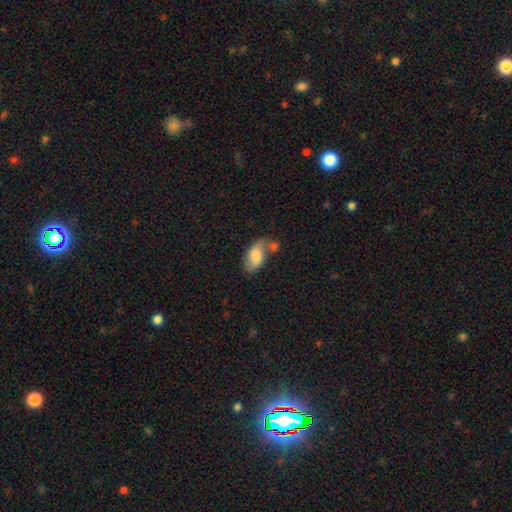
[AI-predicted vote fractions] smooth-or-featured: smooth: 59% | featured or disk: 33% | star or artifact: 8%
  how-rounded: in between: 91% | round: 5% | cigar-shaped: 3%
  merging: none: 43% | merger: 25% | minor disturbance: 23% | major disturbance: 10%